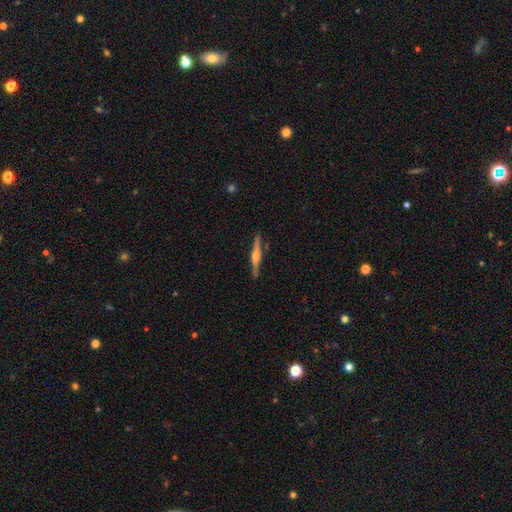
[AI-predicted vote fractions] Smooth or featured? featured or disk (68%)
Edge-on disk? yes (98%)
Edge-on bulge? rounded (77%)
Merging? none (87%)